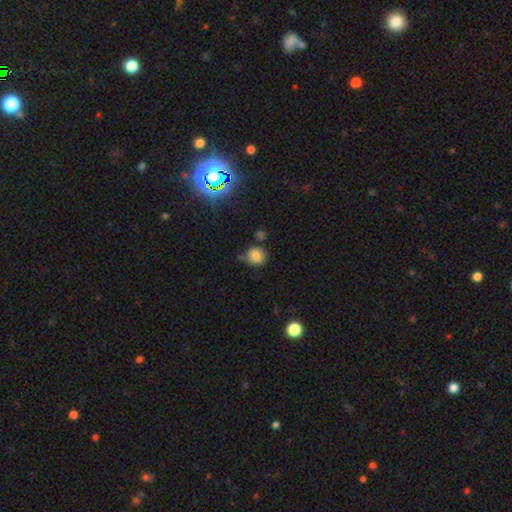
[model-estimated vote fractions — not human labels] The model was most divided on "merging": none: 69%, minor disturbance: 17%, merger: 9%, major disturbance: 4%. More confident: how rounded — round (83%); smooth or featured — smooth (81%).